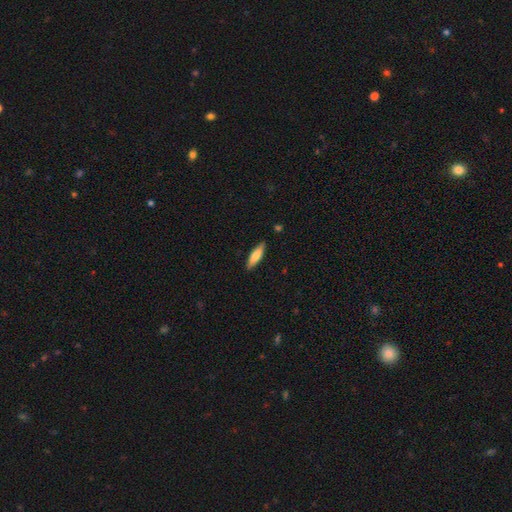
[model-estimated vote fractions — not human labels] smooth 73%, featured or disk 21%, star or artifact 6%. Down the decision tree: how rounded — cigar-shaped (57%); merging — none (88%).